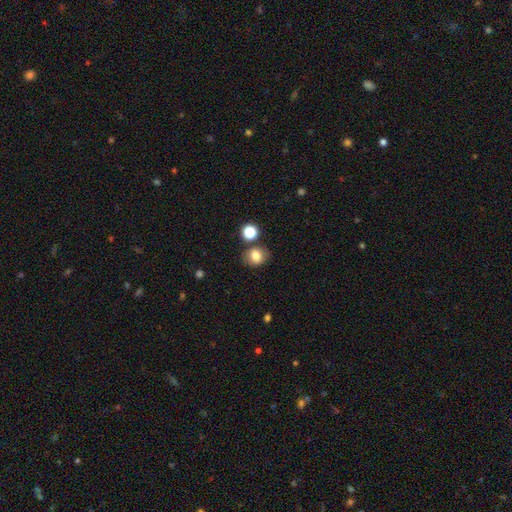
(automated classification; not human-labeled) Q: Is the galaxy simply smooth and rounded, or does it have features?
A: smooth — 77%.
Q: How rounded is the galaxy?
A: round — 57%.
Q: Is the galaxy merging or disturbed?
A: none — 75%.